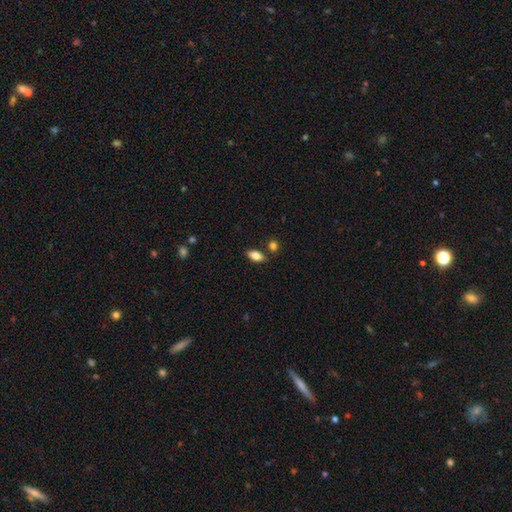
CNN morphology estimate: Smooth or featured? smooth (82%)
How rounded? in between (89%)
Merging? none (80%)